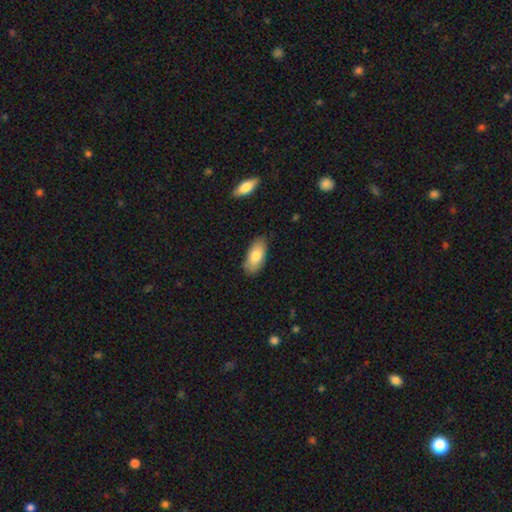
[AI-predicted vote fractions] Q: Smooth or featured?
A: smooth (80%); runner-up: featured or disk (14%)
Q: How rounded?
A: in between (90%); runner-up: cigar-shaped (7%)
Q: Merging?
A: none (81%); runner-up: minor disturbance (15%)